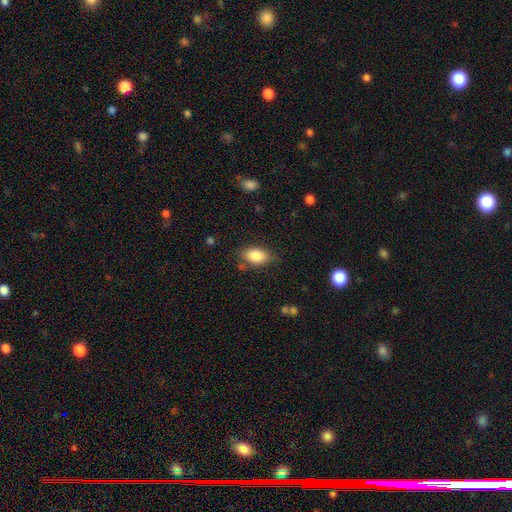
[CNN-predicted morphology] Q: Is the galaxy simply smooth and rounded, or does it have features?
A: smooth — 85%.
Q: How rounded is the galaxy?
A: in between — 90%.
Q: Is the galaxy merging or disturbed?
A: none — 77%.